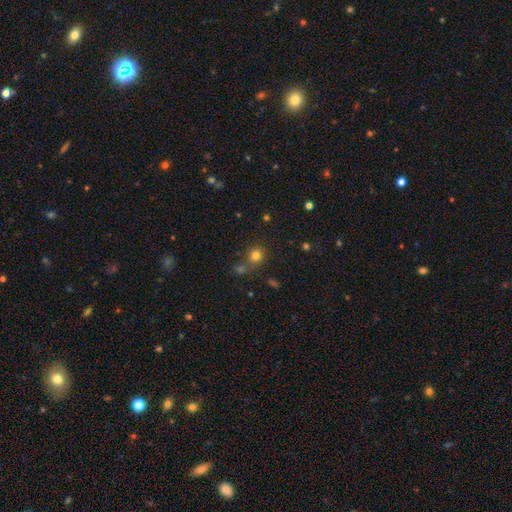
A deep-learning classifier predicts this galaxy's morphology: type=smooth (78%); roundness=round (86%); merging=none (70%).